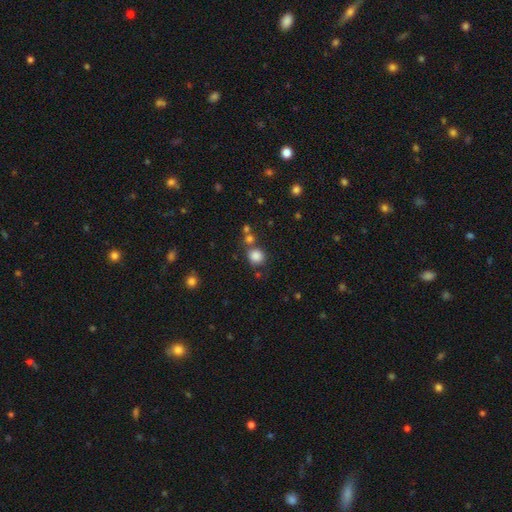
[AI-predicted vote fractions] A smooth galaxy with no disk features (84%) that is round (84%).

Vote fractions:
- Smooth or featured? smooth: 84% / star or artifact: 12% / featured or disk: 5%
- How rounded? round: 84% / in between: 15% / cigar-shaped: 1%
- Merging? none: 71% / merger: 14% / minor disturbance: 11% / major disturbance: 4%